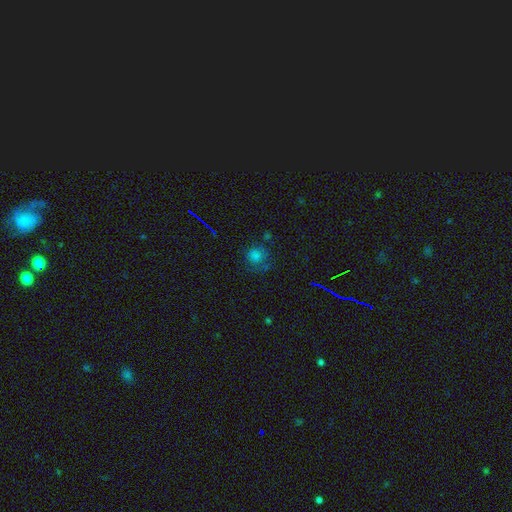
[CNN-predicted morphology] Overall: smooth (63%; star or artifact 26%). How rounded: round (87%). Merging: none (64%).